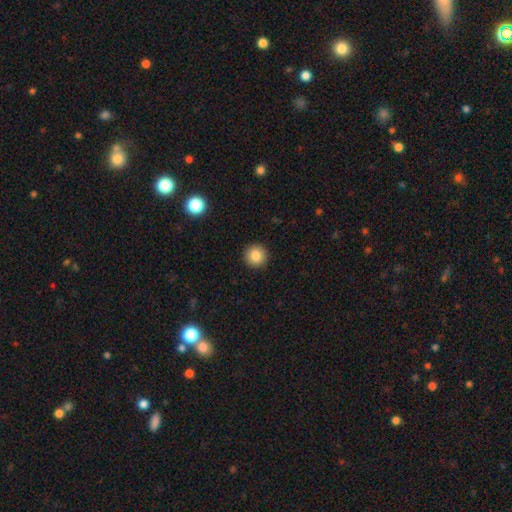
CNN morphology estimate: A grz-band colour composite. It shows a smooth galaxy with no disk features (84%) that is round (95%). Merging: none (92%).